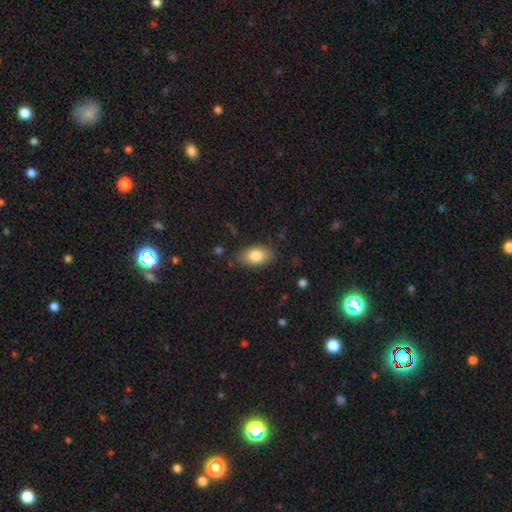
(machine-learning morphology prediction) Smooth or featured? Predicted: smooth (p=0.82). How rounded? Predicted: in between (p=0.92). Merging? Predicted: none (p=0.84).